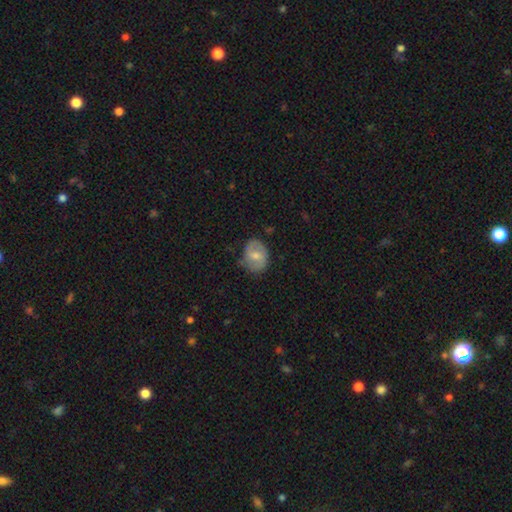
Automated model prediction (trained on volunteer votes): smooth 56%, featured or disk 38%, star or artifact 7%. Down the decision tree: how rounded — in between (53%); merging — none (70%).